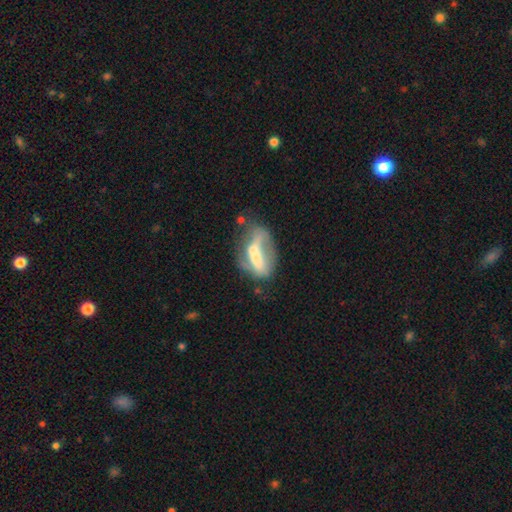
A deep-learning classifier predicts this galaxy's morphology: This is possibly a featured or disk galaxy (56%). It is clearly not viewed edge-on (89%). Merging: marginally none (31%).